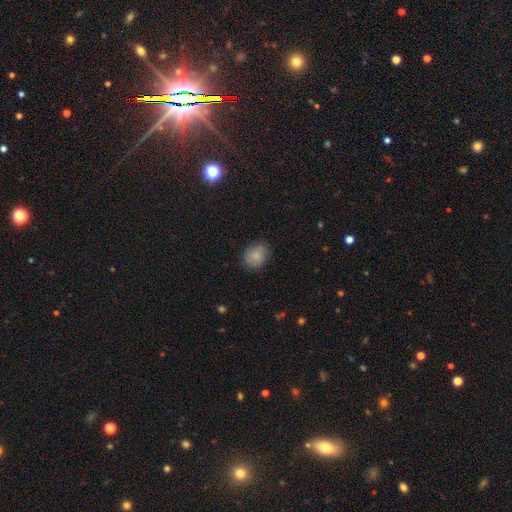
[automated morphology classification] The model was most divided on "how rounded": in between: 55%, round: 44%, cigar-shaped: 1%. More confident: smooth or featured — smooth (84%); merging — none (79%).